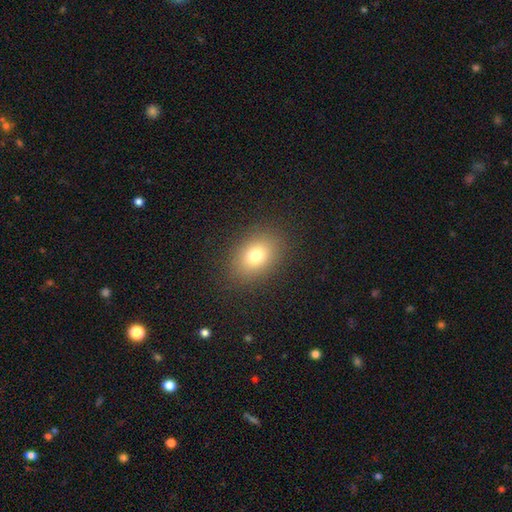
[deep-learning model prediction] This appears to be a smooth galaxy with no disk features (77%) that is in between round and cigar-shaped (69%). Merging: none (87%).